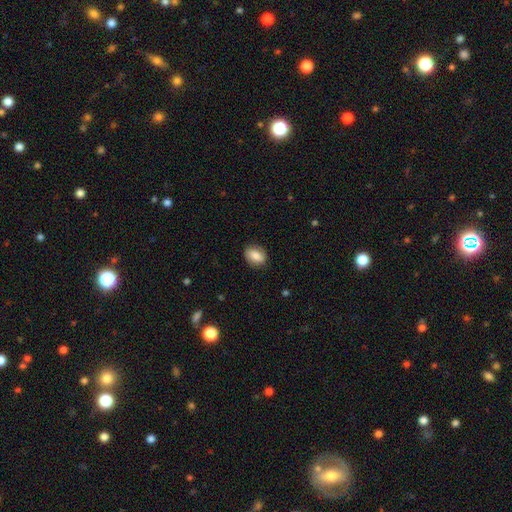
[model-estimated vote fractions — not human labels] This is likely a smooth galaxy (75%). How rounded: likely in between (70%). Merging: clearly none (83%).